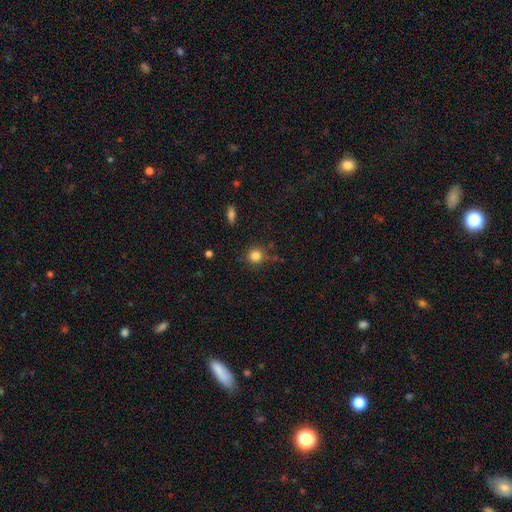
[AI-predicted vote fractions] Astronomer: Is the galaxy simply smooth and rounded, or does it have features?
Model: smooth — 84%.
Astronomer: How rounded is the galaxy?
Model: round — 92%.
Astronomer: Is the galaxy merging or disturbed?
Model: none — 80%.